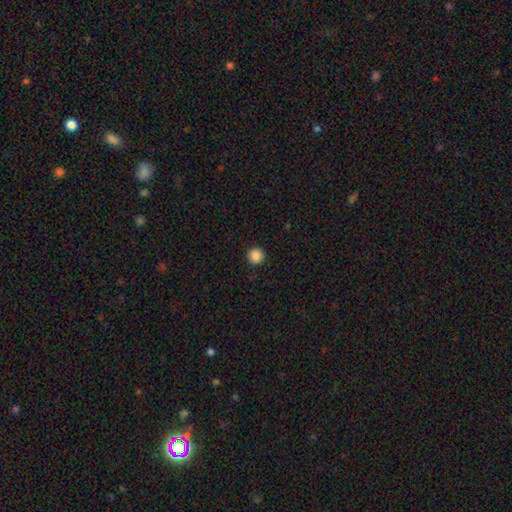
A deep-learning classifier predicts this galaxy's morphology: This appears to be a smooth galaxy with no disk features (87%) that is round (96%). Merging: none (93%).